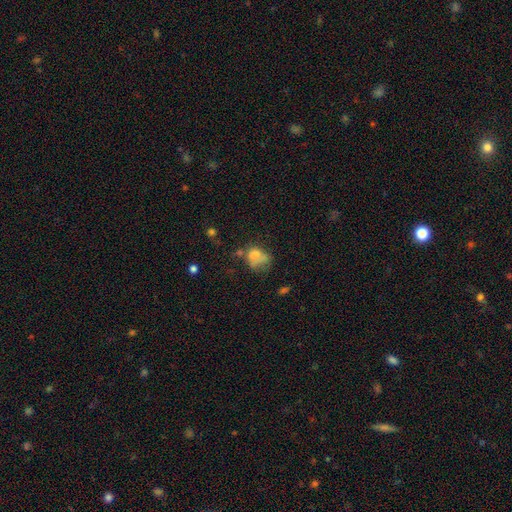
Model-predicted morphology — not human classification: This is likely a smooth galaxy (66%). How rounded: possibly in between (58%). Merging: marginally major disturbance (29%).